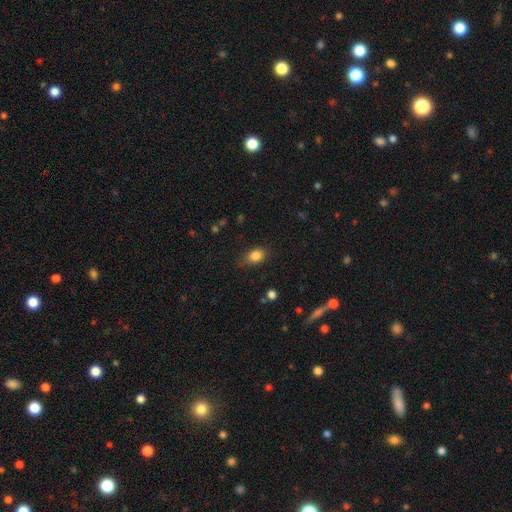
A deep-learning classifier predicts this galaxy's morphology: Q: Smooth or featured?
A: smooth (84%); runner-up: star or artifact (10%)
Q: How rounded?
A: in between (72%); runner-up: round (26%)
Q: Merging?
A: none (78%); runner-up: minor disturbance (17%)